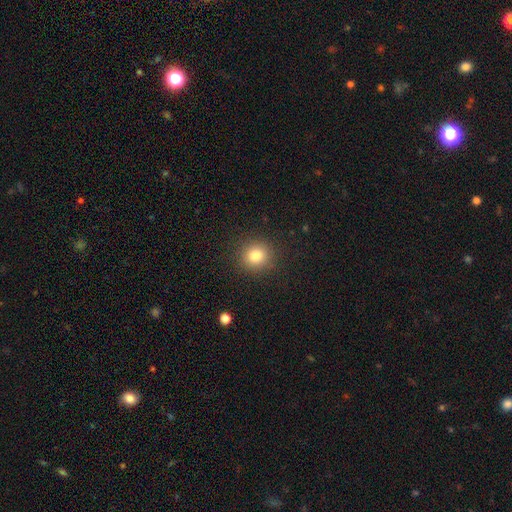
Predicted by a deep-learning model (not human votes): smooth 81%, star or artifact 12%, featured or disk 7%. Down the decision tree: how rounded — round (89%); merging — none (90%).